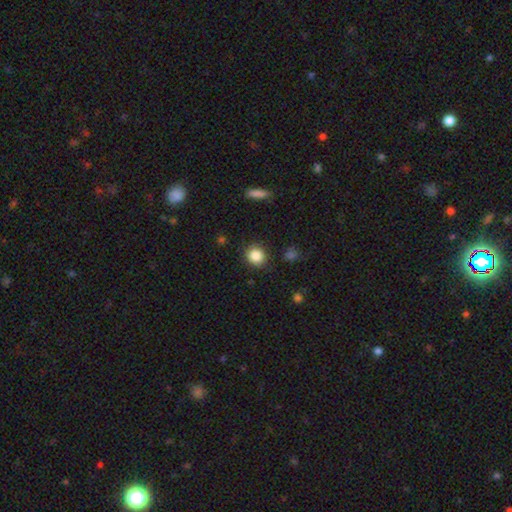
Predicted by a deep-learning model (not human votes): A smooth galaxy with no disk features (86%) that is round (86%).

Vote fractions:
- Smooth or featured? smooth: 86% / star or artifact: 10% / featured or disk: 4%
- How rounded? round: 86% / in between: 13% / cigar-shaped: 1%
- Merging? none: 88% / minor disturbance: 8% / major disturbance: 3% / merger: 2%